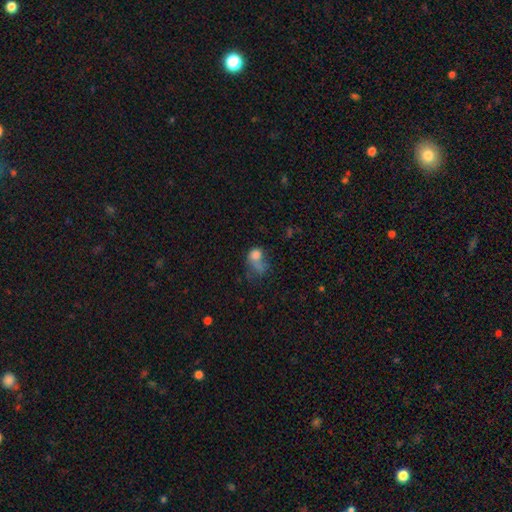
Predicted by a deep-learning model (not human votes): Morphology: type=smooth (71%); roundness=in between (55%); merging=major disturbance (36%).